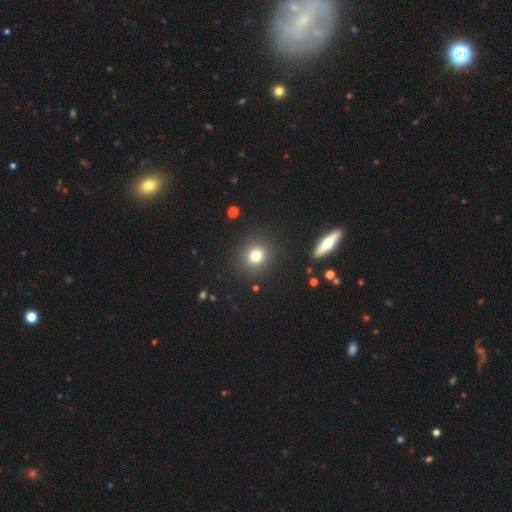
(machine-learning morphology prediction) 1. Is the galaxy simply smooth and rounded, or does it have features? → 78% smooth, 13% star or artifact, 8% featured or disk.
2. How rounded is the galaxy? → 87% round, 12% in between, 1% cigar-shaped.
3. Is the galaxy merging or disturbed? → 89% none, 6% minor disturbance, 3% major disturbance, 2% merger.